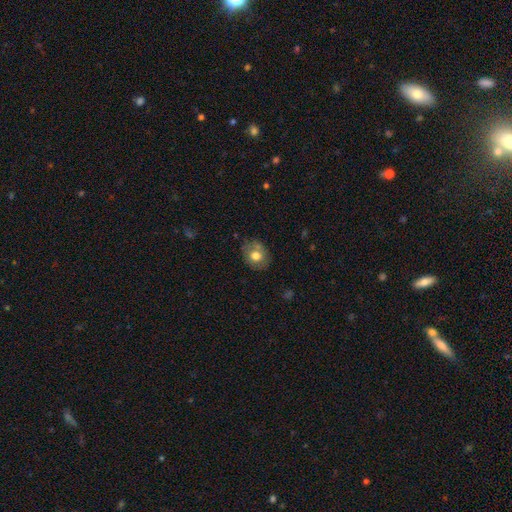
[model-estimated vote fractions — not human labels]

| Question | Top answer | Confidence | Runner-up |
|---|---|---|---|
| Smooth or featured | smooth | 70% | featured or disk (21%) |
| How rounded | round | 56% | in between (43%) |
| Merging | none | 75% | minor disturbance (17%) |